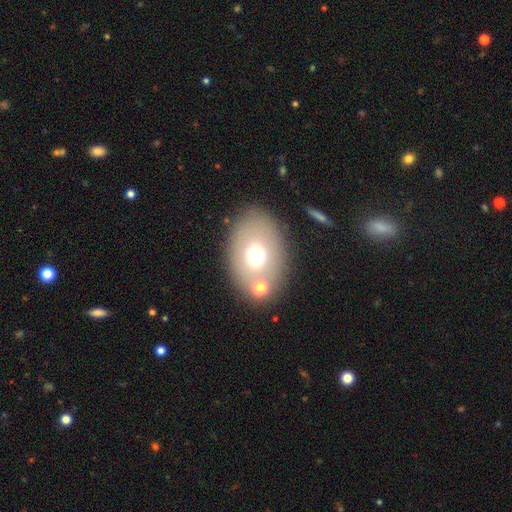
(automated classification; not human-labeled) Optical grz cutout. It shows a smooth galaxy with no disk features (65%) that is in between round and cigar-shaped (72%). Merging: none (73%).